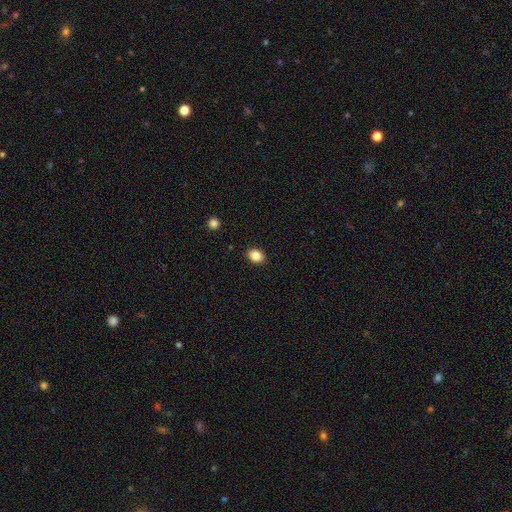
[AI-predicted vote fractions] Smooth or featured? Predicted: smooth (p=0.86). How rounded? Predicted: in between (p=0.62). Merging? Predicted: none (p=0.89).